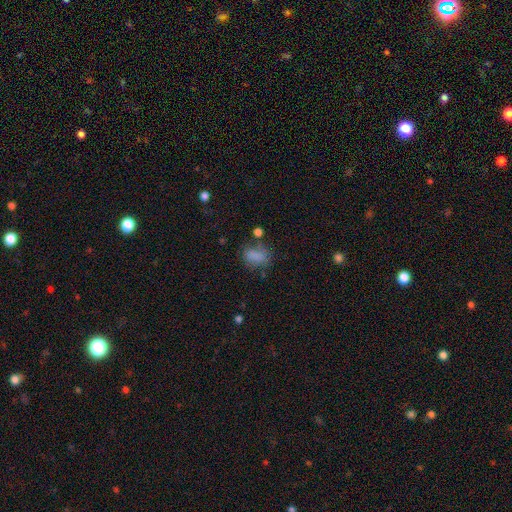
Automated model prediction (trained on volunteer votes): Overall: smooth (77%). How rounded: in between (77%). Merging: none (53%; minor disturbance 24%).